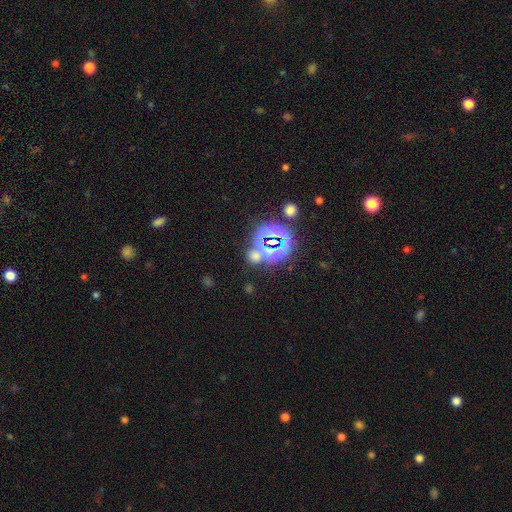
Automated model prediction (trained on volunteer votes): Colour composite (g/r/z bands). It shows a star or artifact, not a galaxy (53%).